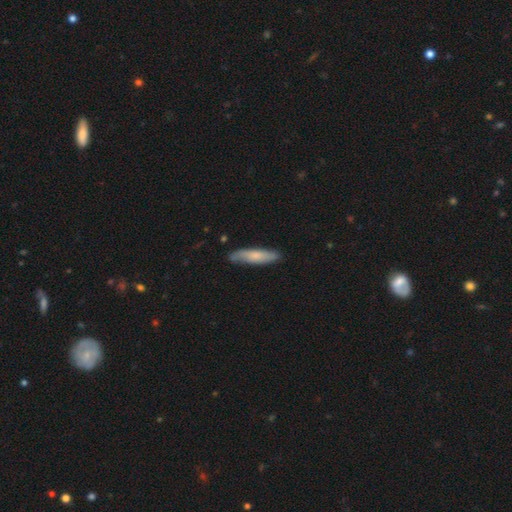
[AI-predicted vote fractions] The model was most divided on "smooth or featured": smooth: 65%, featured or disk: 30%, star or artifact: 5%. More confident: how rounded — cigar-shaped (82%); merging — none (80%).